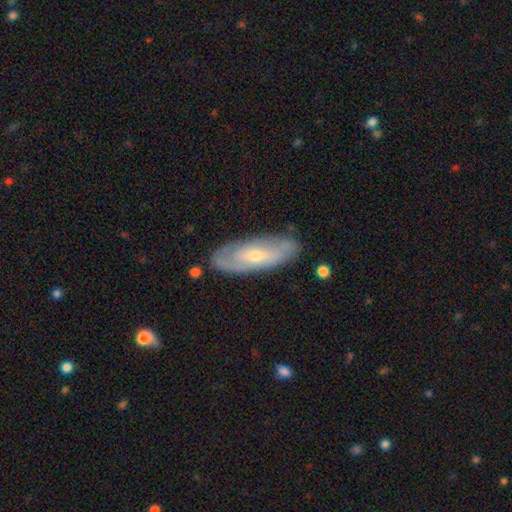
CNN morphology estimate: smooth_or_featured: featured or disk (p=0.65) [alt: smooth p=0.29]
disk_edge_on: no (p=0.80) [alt: yes p=0.20]
bar: no (p=0.52) [alt: weak p=0.35]
has_spiral_arms: yes (p=0.69) [alt: no p=0.31]
bulge_size: small (p=0.55) [alt: moderate p=0.42]
merging: none (p=0.80) [alt: minor disturbance p=0.15]